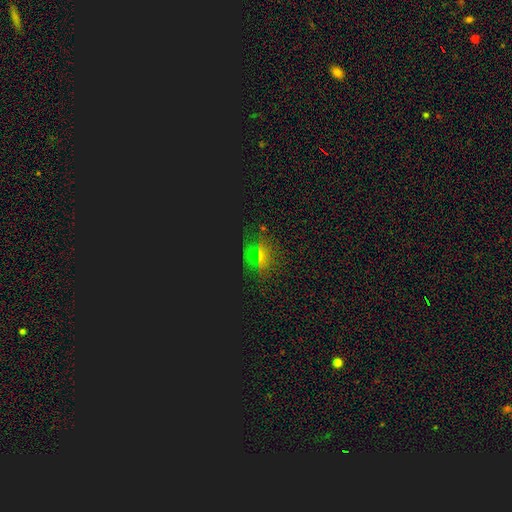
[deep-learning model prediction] A star or artifact, not a galaxy (59%).